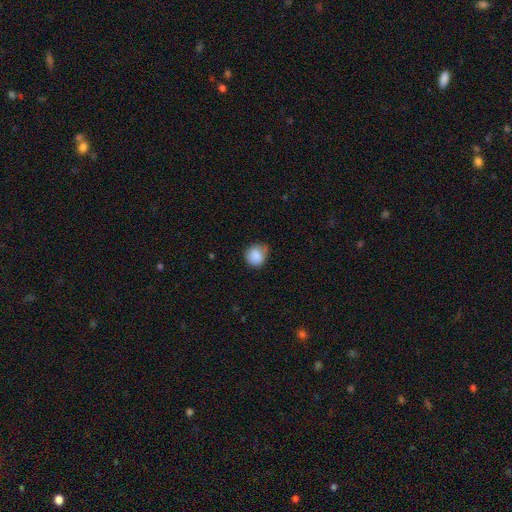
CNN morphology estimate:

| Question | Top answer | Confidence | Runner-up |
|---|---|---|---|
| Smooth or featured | smooth | 86% | star or artifact (8%) |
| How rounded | round | 81% | in between (18%) |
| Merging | none | 57% | minor disturbance (34%) |